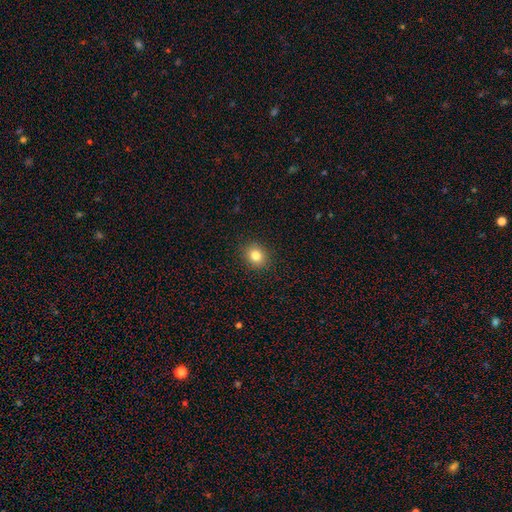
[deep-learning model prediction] This appears to be a smooth galaxy with no disk features (82%) that is round (79%). Merging: none (91%).